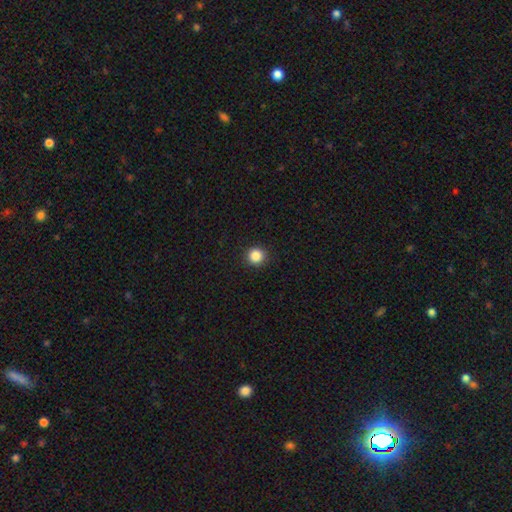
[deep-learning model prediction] Overall: smooth (86%). How rounded: round (95%). Merging: none (93%).